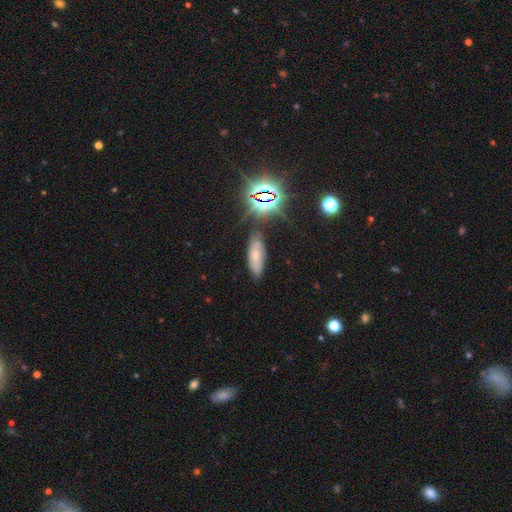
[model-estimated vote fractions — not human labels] Smooth or featured? Predicted: smooth (p=0.44). Merging? Predicted: none (p=0.72).